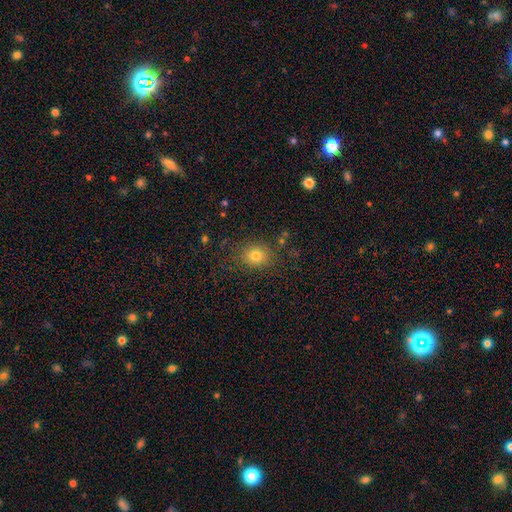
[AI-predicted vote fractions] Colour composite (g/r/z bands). It shows a smooth galaxy with no disk features (77%) that is round (68%). Merging: none (83%).